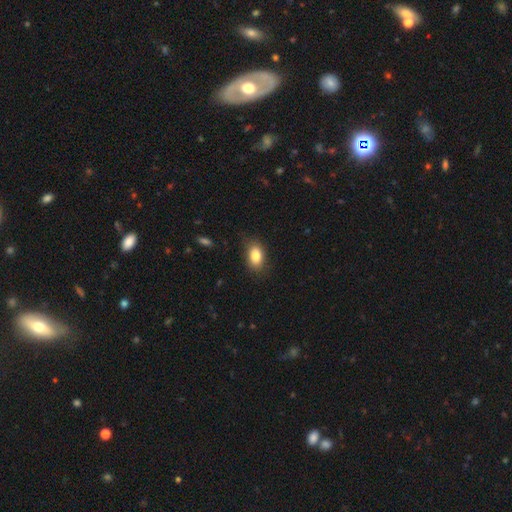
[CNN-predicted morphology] smooth_or_featured: smooth (p=0.84) [alt: star or artifact p=0.08]
how_rounded: in between (p=0.87) [alt: round p=0.11]
merging: none (p=0.79) [alt: minor disturbance p=0.16]